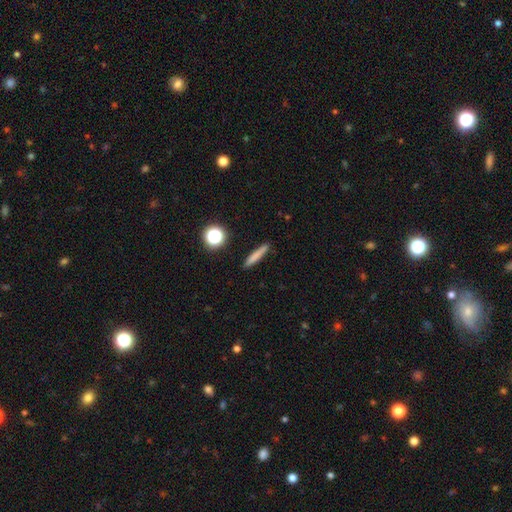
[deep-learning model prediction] A smooth galaxy with no disk features (73%) that is cigar-shaped (91%).

Vote fractions:
- Smooth or featured? smooth: 73% / featured or disk: 18% / star or artifact: 10%
- How rounded? cigar-shaped: 91% / in between: 6% / round: 3%
- Merging? none: 88% / minor disturbance: 8% / major disturbance: 2% / merger: 2%